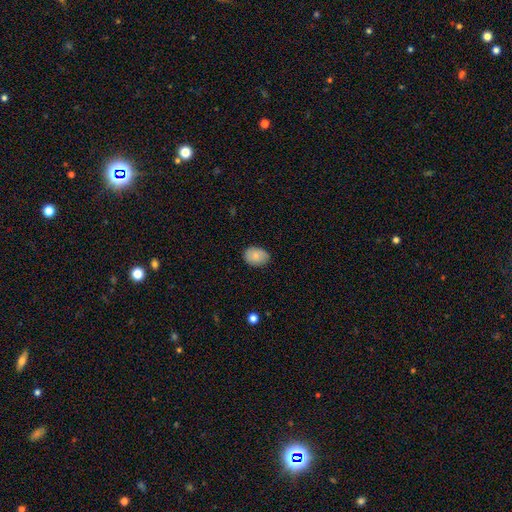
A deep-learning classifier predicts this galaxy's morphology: This is likely a smooth galaxy (79%). How rounded: likely in between (73%). Merging: clearly none (82%).